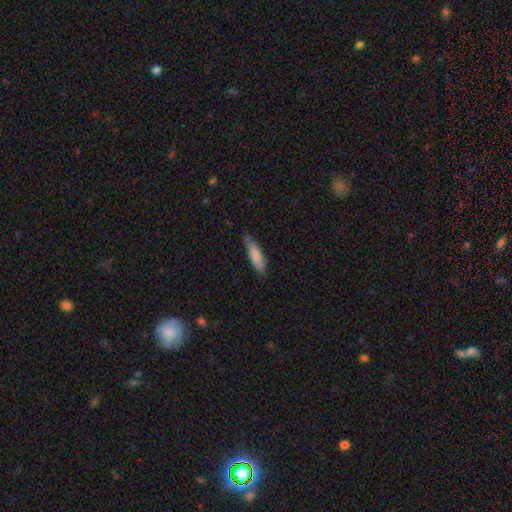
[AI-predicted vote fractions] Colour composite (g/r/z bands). It shows a smooth galaxy with no disk features (81%) that is cigar-shaped (72%). Merging: none (79%).